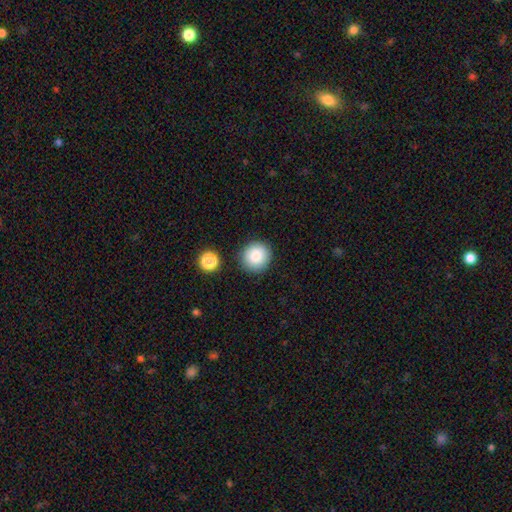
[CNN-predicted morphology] type=smooth (84%); roundness=round (92%); merging=none (87%).